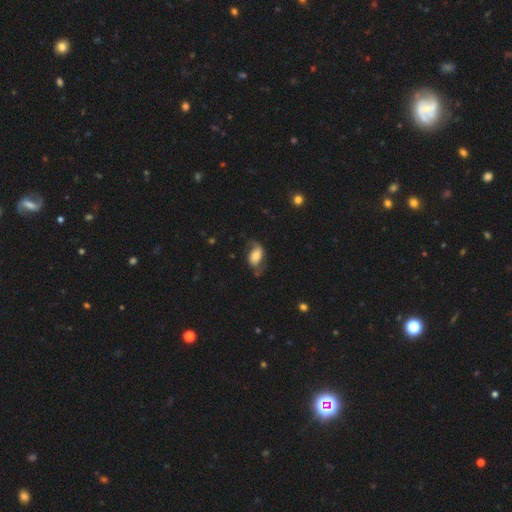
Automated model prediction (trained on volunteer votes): Q: Smooth or featured?
A: smooth (51%); runner-up: featured or disk (41%)
Q: How rounded?
A: in between (86%); runner-up: round (11%)
Q: Merging?
A: none (51%); runner-up: minor disturbance (28%)